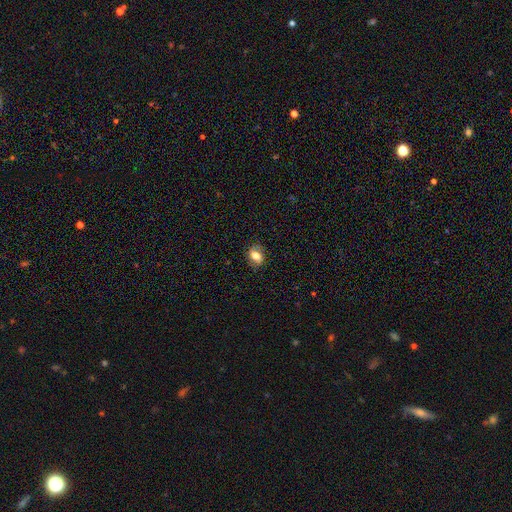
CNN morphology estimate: This appears to be a smooth galaxy with no disk features (58%) that is in between round and cigar-shaped (68%). Merging: none (80%).